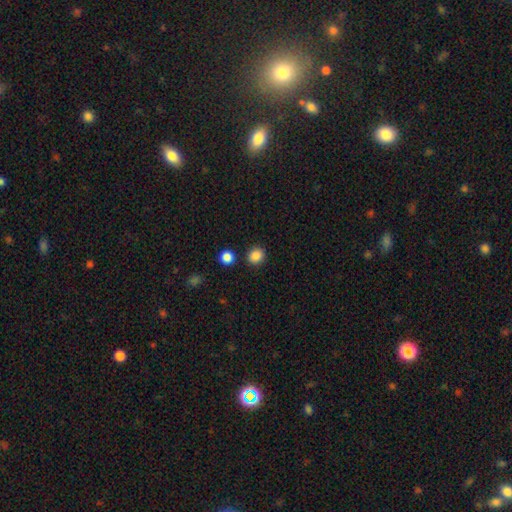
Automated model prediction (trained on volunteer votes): A smooth galaxy with no disk features (86%) that is round (81%).

Vote fractions:
- Smooth or featured? smooth: 86% / star or artifact: 11% / featured or disk: 4%
- How rounded? round: 81% / in between: 18% / cigar-shaped: 1%
- Merging? none: 86% / minor disturbance: 7% / merger: 4% / major disturbance: 2%